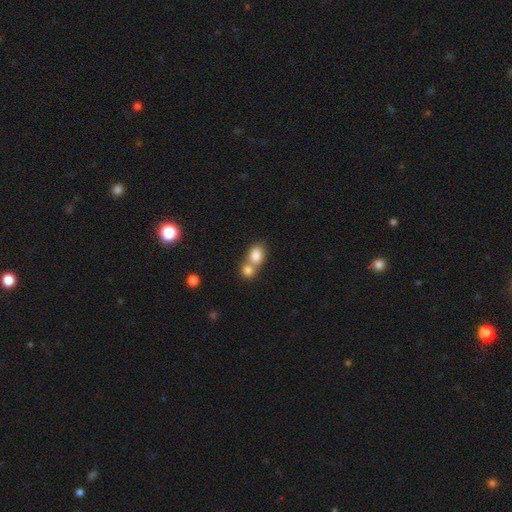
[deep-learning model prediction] Morphology: type=smooth (81%); roundness=in between (61%); merging=merger (60%).